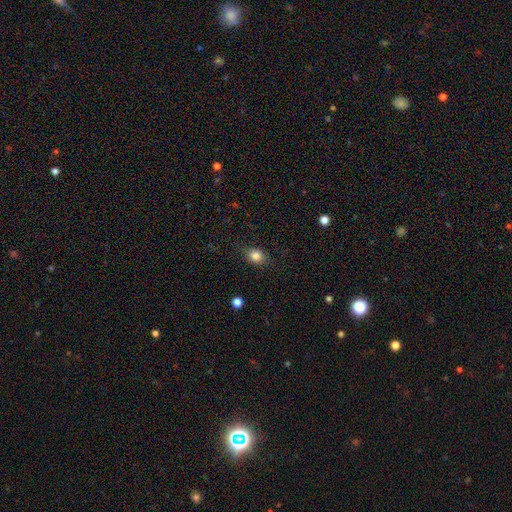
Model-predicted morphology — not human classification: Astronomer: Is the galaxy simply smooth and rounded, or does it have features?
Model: smooth — 83%.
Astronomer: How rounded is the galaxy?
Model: in between — 49%, tied with round at 49%.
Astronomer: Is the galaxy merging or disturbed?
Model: none — 84%.